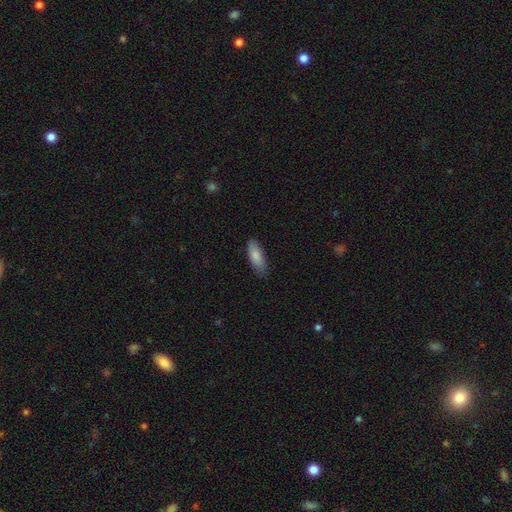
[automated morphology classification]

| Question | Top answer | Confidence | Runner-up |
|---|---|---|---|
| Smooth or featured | smooth | 85% | featured or disk (9%) |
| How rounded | in between | 71% | cigar-shaped (27%) |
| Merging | none | 80% | minor disturbance (16%) |